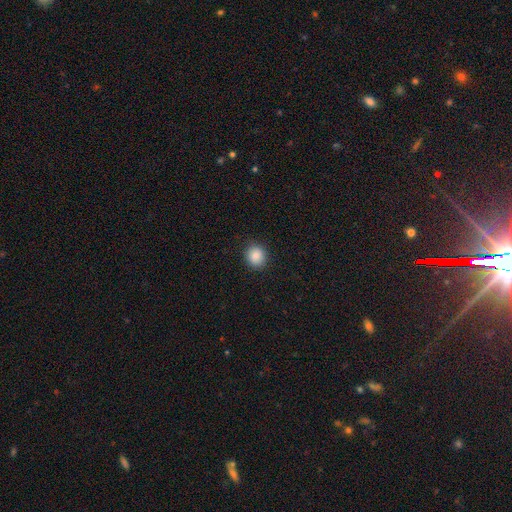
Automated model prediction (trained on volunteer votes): Smooth or featured: smooth — 88% (star or artifact — 9%)
How rounded: round — 80% (in between — 19%)
Merging: none — 89% (minor disturbance — 8%)